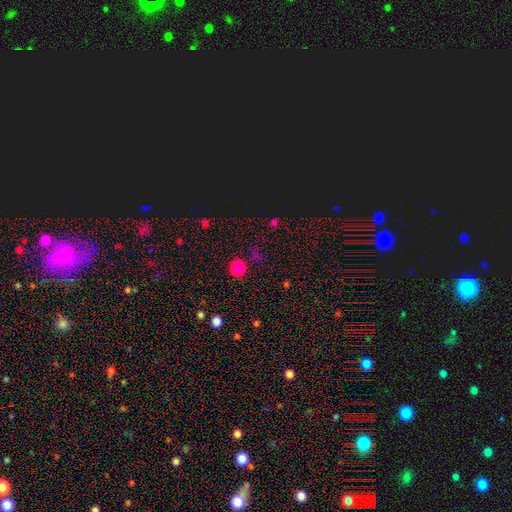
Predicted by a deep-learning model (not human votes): smooth-or-featured: smooth: 69% | star or artifact: 27% | featured or disk: 4%
  how-rounded: round: 87% | in between: 12% | cigar-shaped: 1%
  merging: none: 88% | minor disturbance: 7% | major disturbance: 3% | merger: 2%